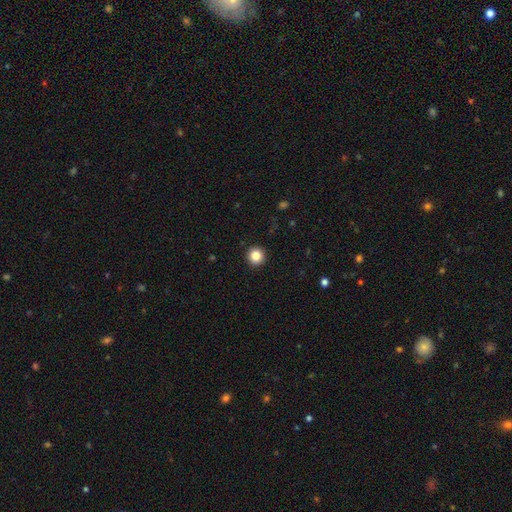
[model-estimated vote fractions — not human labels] Smooth or featured?
  - smooth: 85% *
  - star or artifact: 10%
  - featured or disk: 4%
How rounded?
  - round: 95% *
  - in between: 4%
  - cigar-shaped: 1%
Merging?
  - none: 93% *
  - minor disturbance: 4%
  - major disturbance: 2%
  - merger: 1%